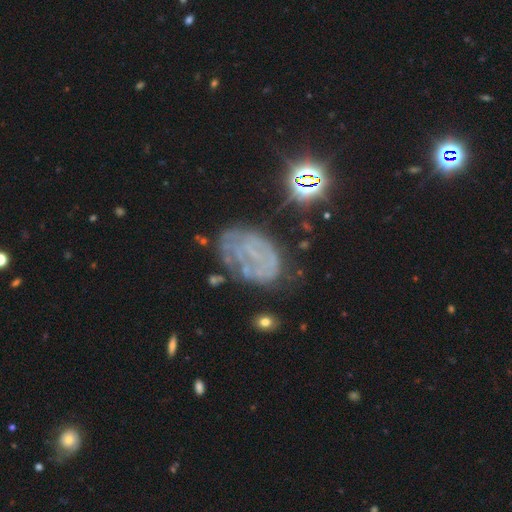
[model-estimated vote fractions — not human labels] A featured or disk galaxy (58%) with no bar (76%), no spiral arms (55%) and no central bulge (71%).

Vote fractions:
- Smooth or featured? featured or disk: 58% / smooth: 22% / star or artifact: 20%
- Edge-on disk? no: 97% / yes: 3%
- Bar? no: 76% / weak: 17% / strong: 7%
- Spiral arms? no: 55% / yes: 45%
- Bulge size? none: 71% / small: 21% / moderate: 6% / large: 2% / dominant: 1%
- Merging? none: 54% / minor disturbance: 23% / major disturbance: 19% / merger: 4%